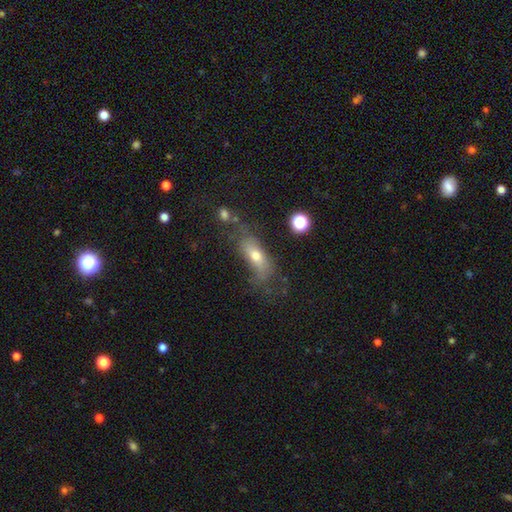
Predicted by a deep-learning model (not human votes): Smooth or featured?
  - smooth: 60% *
  - featured or disk: 28%
  - star or artifact: 12%
How rounded?
  - in between: 70% *
  - cigar-shaped: 24%
  - round: 6%
Merging?
  - none: 44% *
  - major disturbance: 25%
  - minor disturbance: 25%
  - merger: 7%